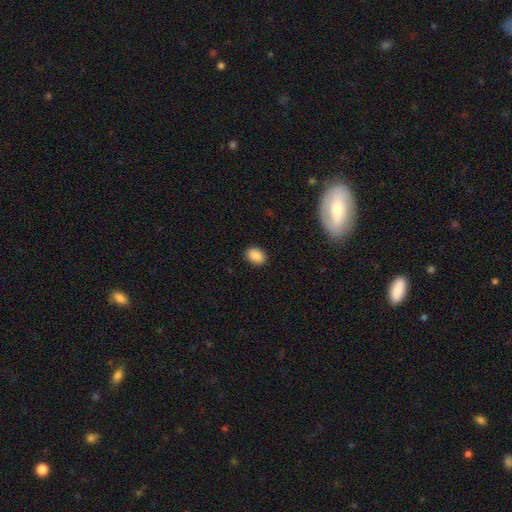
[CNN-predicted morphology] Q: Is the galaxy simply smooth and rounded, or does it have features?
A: smooth — 89%.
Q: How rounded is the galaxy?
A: in between — 82%.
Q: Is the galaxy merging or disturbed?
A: none — 89%.